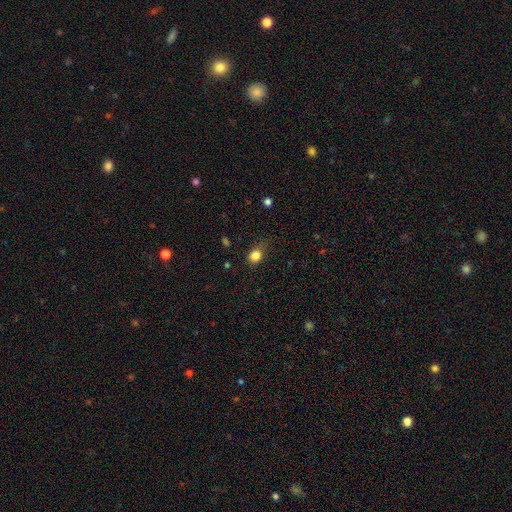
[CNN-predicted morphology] Smooth or featured: smooth — 83% (star or artifact — 11%)
How rounded: round — 60% (in between — 39%)
Merging: none — 58% (minor disturbance — 30%)